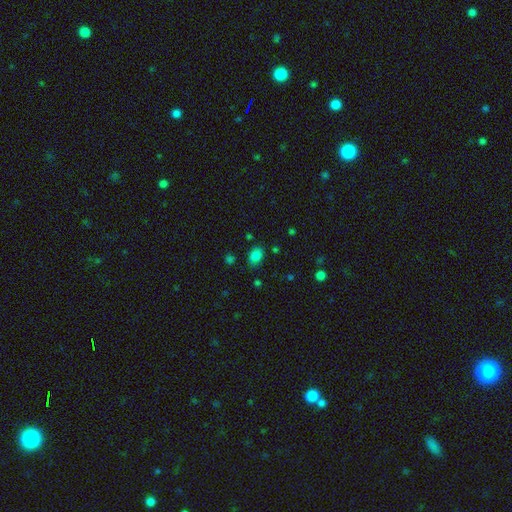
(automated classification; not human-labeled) This appears to be a smooth galaxy with no disk features (81%) that is in between round and cigar-shaped (78%). Merging: none (80%).